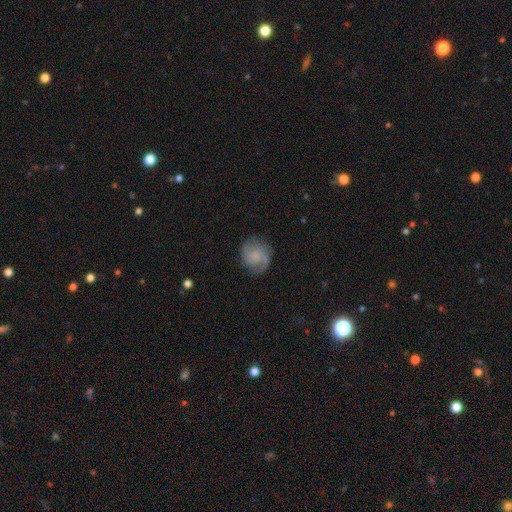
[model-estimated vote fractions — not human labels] Q: Smooth or featured?
A: featured or disk (49%); runner-up: smooth (43%)
Q: Merging?
A: none (71%); runner-up: minor disturbance (19%)